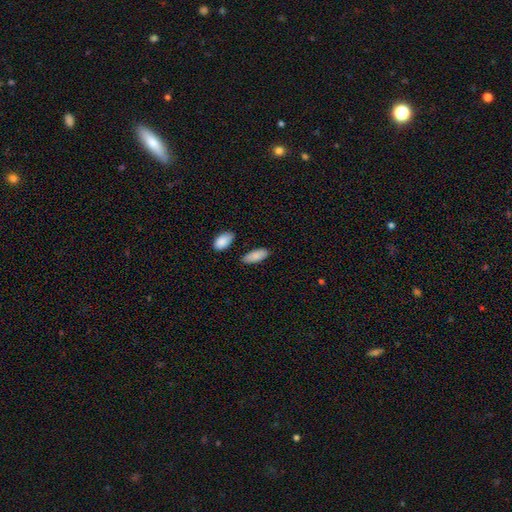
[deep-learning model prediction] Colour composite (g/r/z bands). It shows a smooth galaxy with no disk features (88%) that is in between round and cigar-shaped (85%). Merging: none (82%).